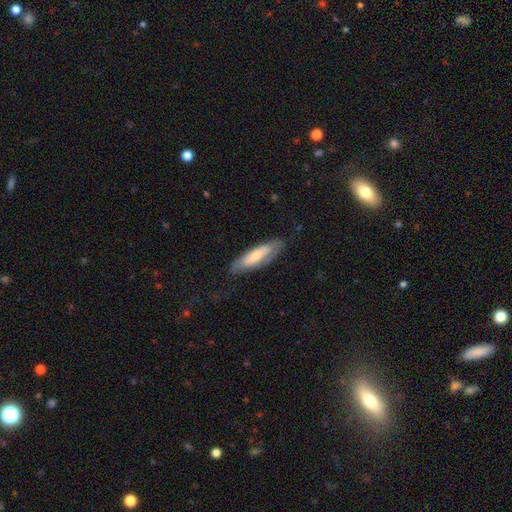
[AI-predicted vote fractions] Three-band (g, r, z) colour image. It shows a smooth galaxy with no disk features (57%) that is cigar-shaped (56%). Merging: none (72%).